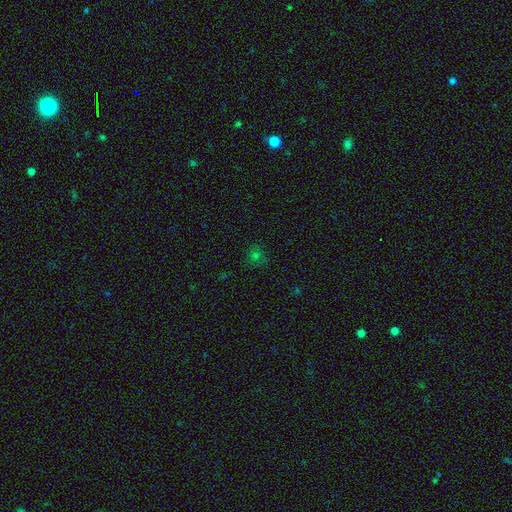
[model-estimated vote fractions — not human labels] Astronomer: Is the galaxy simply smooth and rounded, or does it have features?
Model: smooth — 60%.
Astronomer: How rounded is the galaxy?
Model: round — 89%.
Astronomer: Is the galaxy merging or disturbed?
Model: none — 83%.